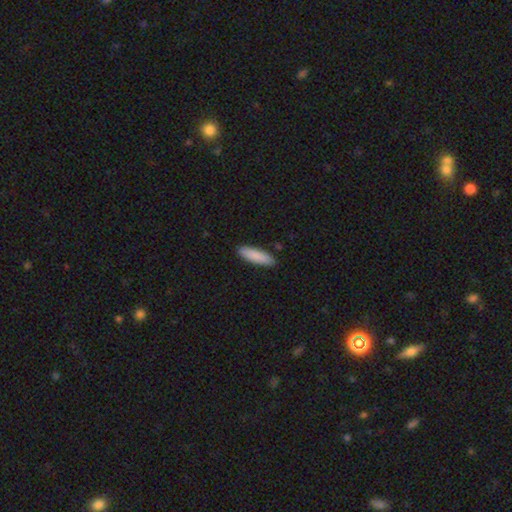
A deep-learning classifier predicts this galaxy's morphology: Smooth or featured? Predicted: smooth (p=0.88). How rounded? Predicted: cigar-shaped (p=0.61). Merging? Predicted: none (p=0.89).